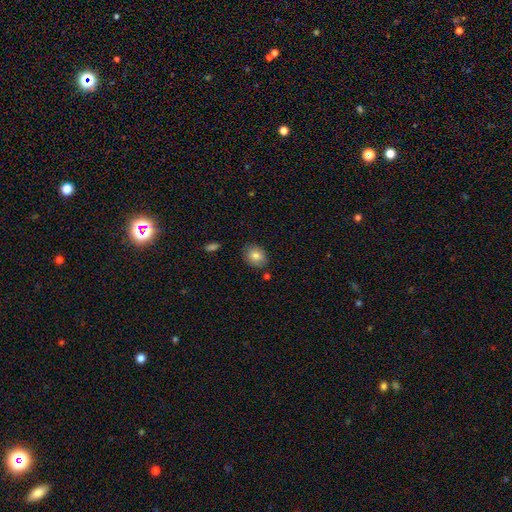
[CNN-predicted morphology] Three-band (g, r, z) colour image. It shows a smooth galaxy with no disk features (83%) that is round (50%). Merging: none (81%).